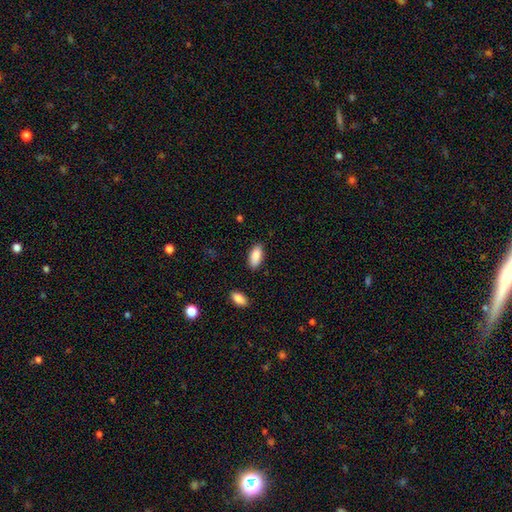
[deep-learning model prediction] Smooth or featured?
  - smooth: 87% *
  - star or artifact: 6%
  - featured or disk: 6%
How rounded?
  - in between: 87% *
  - cigar-shaped: 11%
  - round: 2%
Merging?
  - none: 85% *
  - minor disturbance: 11%
  - major disturbance: 2%
  - merger: 2%